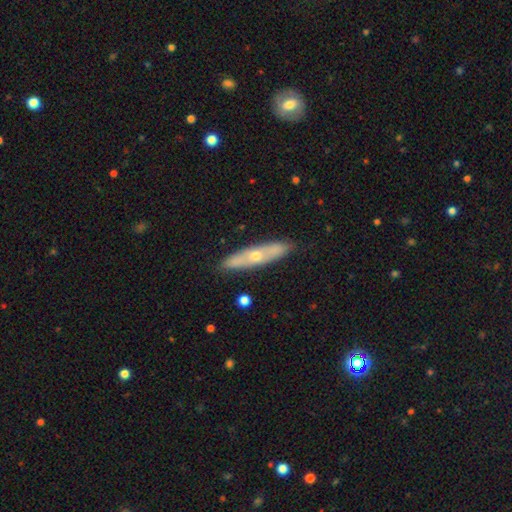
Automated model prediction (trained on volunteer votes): Overall: featured or disk (50%; smooth 44%). Edge-on disk: yes (61%; no 39%). Merging: none (85%).